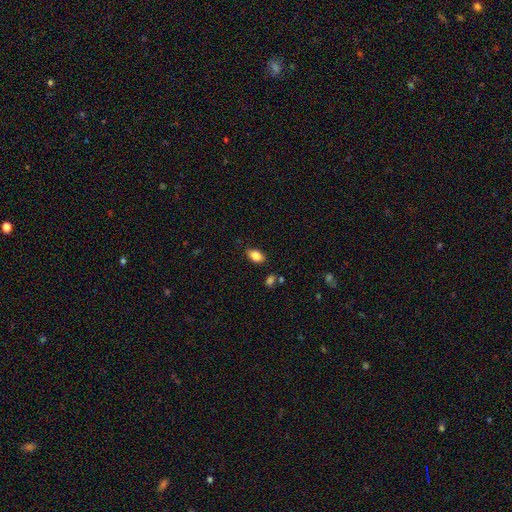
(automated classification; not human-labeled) Smooth or featured: smooth — 84% (star or artifact — 8%)
How rounded: in between — 90% (round — 8%)
Merging: none — 81% (minor disturbance — 14%)